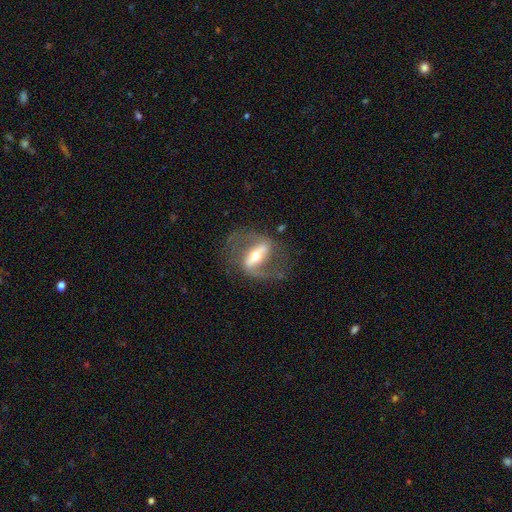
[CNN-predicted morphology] Smooth or featured? Predicted: featured or disk (p=0.82). Edge-on disk? Predicted: no (p=0.83). Bar? Predicted: strong (p=0.70). Spiral arms? Predicted: yes (p=0.77). Spiral winding? Predicted: medium (p=0.43). Spiral arm count? Predicted: 2 (p=0.85). Bulge size? Predicted: moderate (p=0.64). Merging? Predicted: none (p=0.65).